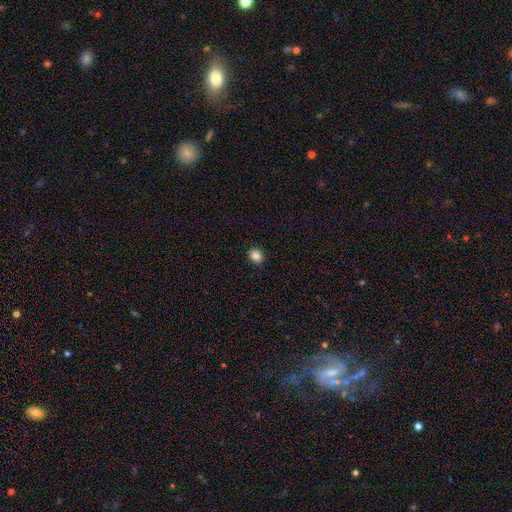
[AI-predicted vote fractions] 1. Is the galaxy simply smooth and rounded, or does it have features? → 85% smooth, 11% star or artifact, 5% featured or disk.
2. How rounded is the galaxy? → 67% round, 32% in between, 1% cigar-shaped.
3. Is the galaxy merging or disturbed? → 90% none, 7% minor disturbance, 2% major disturbance, 1% merger.